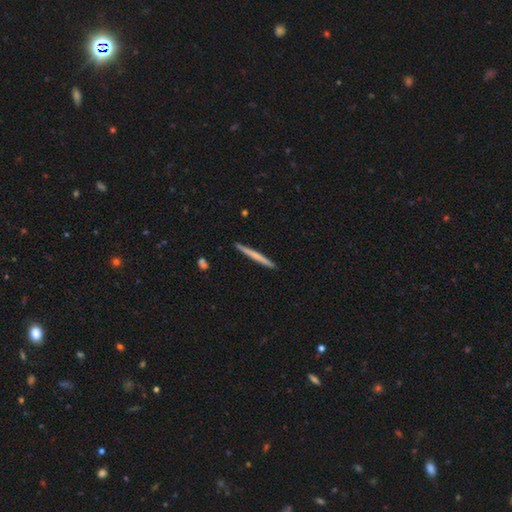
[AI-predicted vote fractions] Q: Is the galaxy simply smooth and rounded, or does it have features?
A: smooth — 56%.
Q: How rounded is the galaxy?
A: cigar-shaped — 97%.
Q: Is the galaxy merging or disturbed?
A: none — 93%.